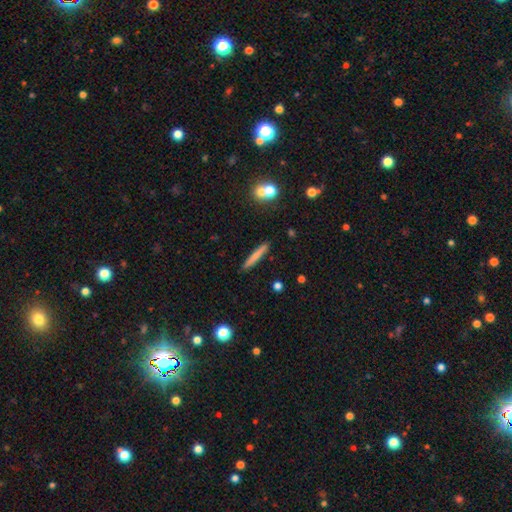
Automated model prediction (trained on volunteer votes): Smooth or featured?
  - smooth: 71% *
  - featured or disk: 22%
  - star or artifact: 7%
How rounded?
  - cigar-shaped: 95% *
  - in between: 4%
  - round: 2%
Merging?
  - none: 89% *
  - minor disturbance: 7%
  - merger: 2%
  - major disturbance: 2%